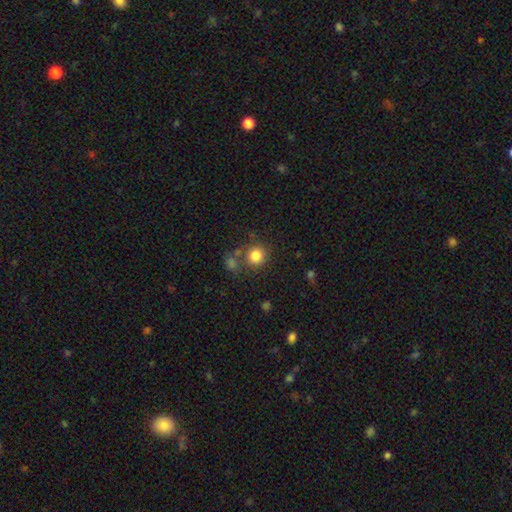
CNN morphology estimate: A smooth galaxy with no disk features (82%) that is round (91%).

Vote fractions:
- Smooth or featured? smooth: 82% / star or artifact: 12% / featured or disk: 6%
- How rounded? round: 91% / in between: 8% / cigar-shaped: 1%
- Merging? none: 75% / merger: 12% / minor disturbance: 9% / major disturbance: 4%